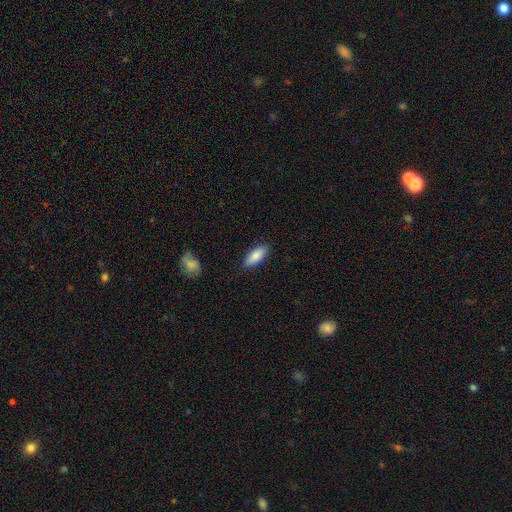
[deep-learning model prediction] A smooth galaxy with no disk features (85%) that is in between round and cigar-shaped (77%). Merging: none (86%).